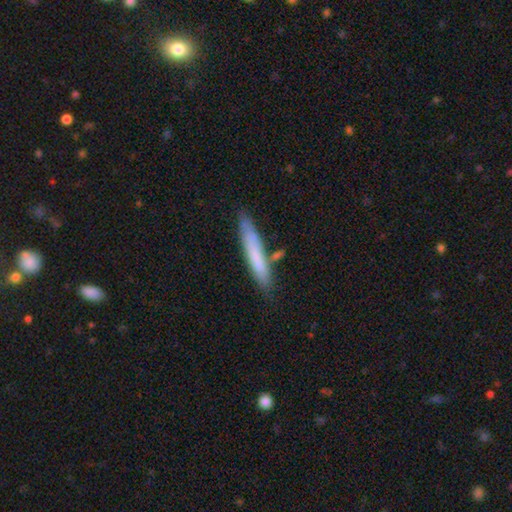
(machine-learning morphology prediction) type=smooth (70%); roundness=cigar-shaped (92%); merging=none (76%).